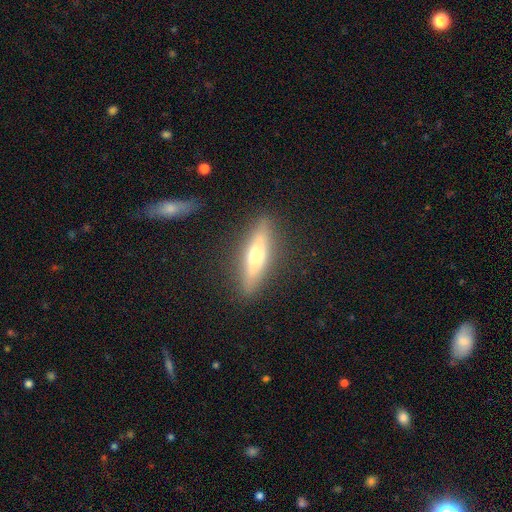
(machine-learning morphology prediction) featured or disk 52%, smooth 41%, star or artifact 7%. Down the decision tree: edge-on disk — yes (88%); merging — none (87%).